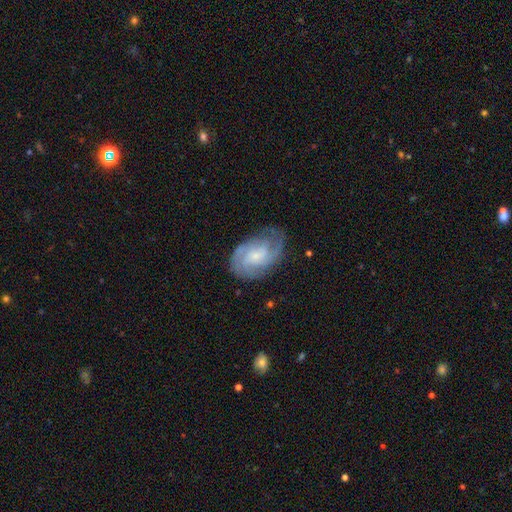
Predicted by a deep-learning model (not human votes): smooth-or-featured: featured or disk: 79% | smooth: 15% | star or artifact: 6%
  disk-edge-on: no: 97% | yes: 3%
    bar: no: 57% | weak: 37% | strong: 6%
    has-spiral-arms: yes: 95% | no: 5%
      spiral-winding: tight: 47% | medium: 42% | loose: 11%
      spiral-arm-count: 2: 39% | 3: 24% | can't tell: 22% | 4: 6% | 1: 4% | more than 4: 4%
    bulge-size: small: 62% | moderate: 26% | none: 8% | large: 3% | dominant: 1%
  merging: none: 72% | minor disturbance: 19% | major disturbance: 8% | merger: 1%